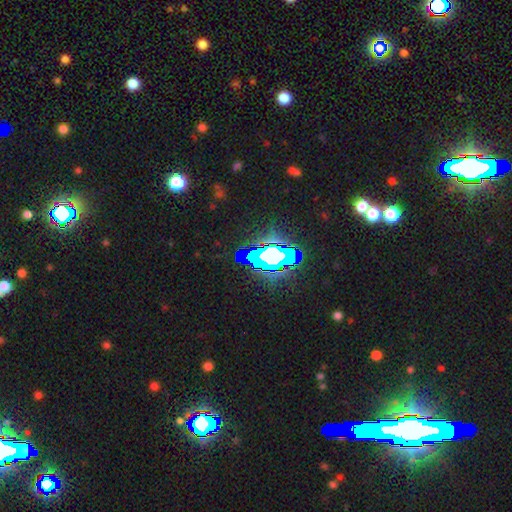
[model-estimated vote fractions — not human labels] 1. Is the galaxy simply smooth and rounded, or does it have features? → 79% star or artifact, 12% smooth, 9% featured or disk.